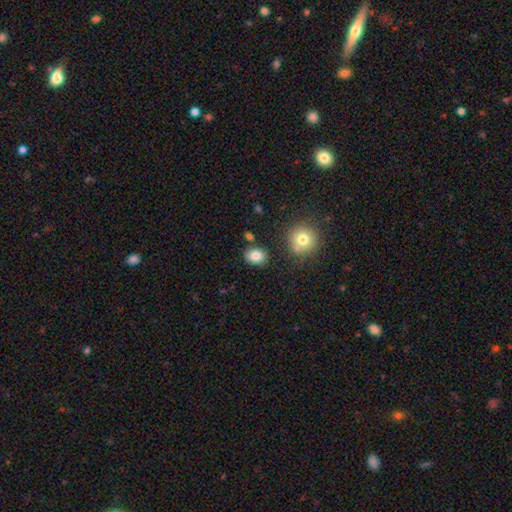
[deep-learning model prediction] Smooth or featured? smooth (84%)
How rounded? in between (53%)
Merging? none (82%)